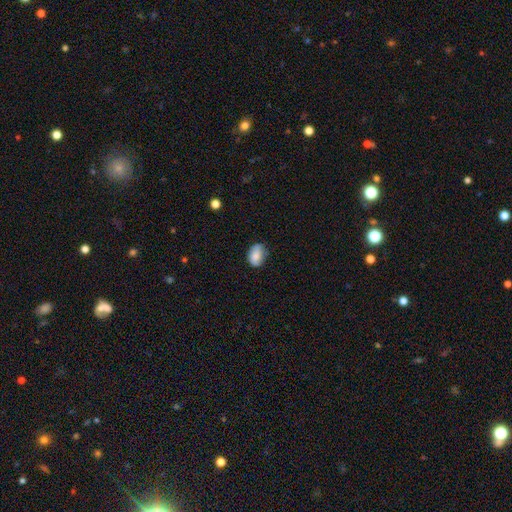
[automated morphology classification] smooth 77%, featured or disk 16%, star or artifact 8%. Down the decision tree: how rounded — in between (76%); merging — none (61%).